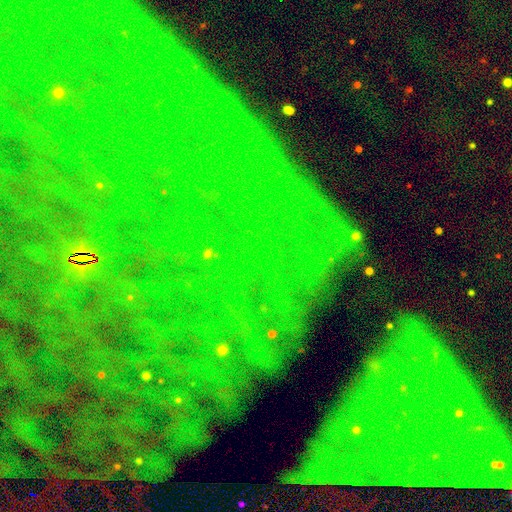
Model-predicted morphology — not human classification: A star or artifact, not a galaxy (84%).